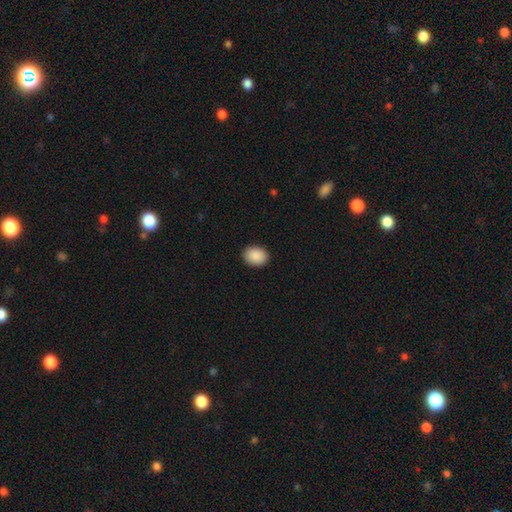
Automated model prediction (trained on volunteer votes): smooth 90%, star or artifact 7%, featured or disk 3%. Down the decision tree: how rounded — in between (62%); merging — none (91%).